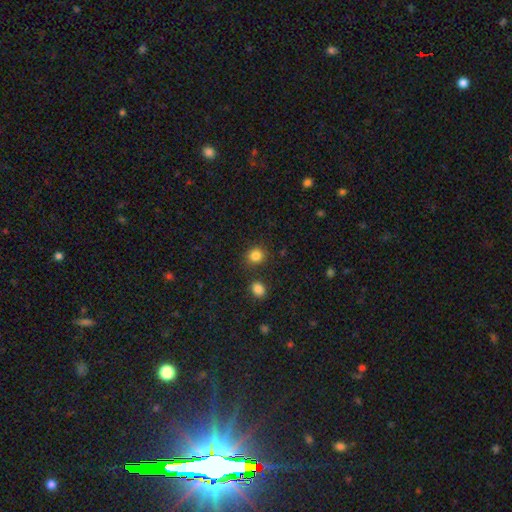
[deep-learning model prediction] Overall: smooth (85%). How rounded: round (83%). Merging: none (81%).